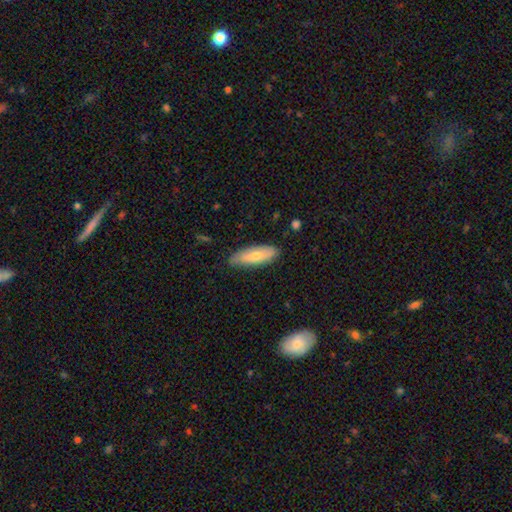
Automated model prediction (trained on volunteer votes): Q: Smooth or featured?
A: smooth (70%); runner-up: featured or disk (25%)
Q: How rounded?
A: in between (65%); runner-up: cigar-shaped (33%)
Q: Merging?
A: none (80%); runner-up: minor disturbance (16%)